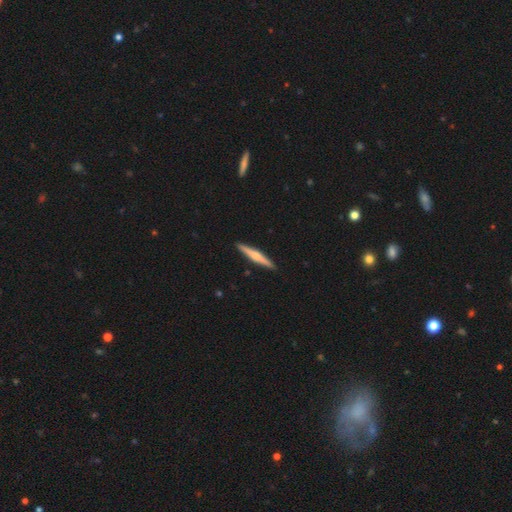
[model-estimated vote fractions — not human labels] Smooth or featured? Predicted: featured or disk (p=0.57). Edge-on disk? Predicted: yes (p=0.98). Edge-on bulge? Predicted: rounded (p=0.77). Merging? Predicted: none (p=0.92).